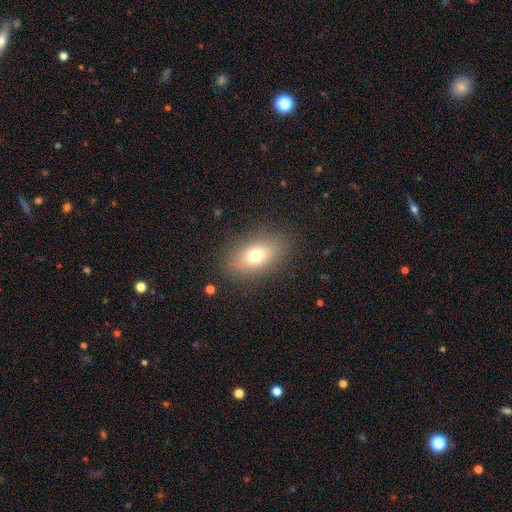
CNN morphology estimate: smooth_or_featured: smooth (p=0.71) [alt: featured or disk p=0.17]
how_rounded: in between (p=0.82) [alt: round p=0.14]
merging: none (p=0.84) [alt: minor disturbance p=0.10]